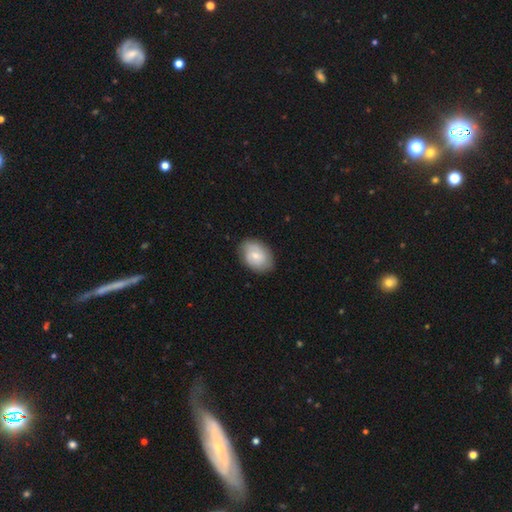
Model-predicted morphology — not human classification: smooth-or-featured: smooth: 55% | featured or disk: 38% | star or artifact: 7%
  how-rounded: in between: 74% | round: 25% | cigar-shaped: 1%
  merging: none: 80% | minor disturbance: 15% | major disturbance: 3% | merger: 1%